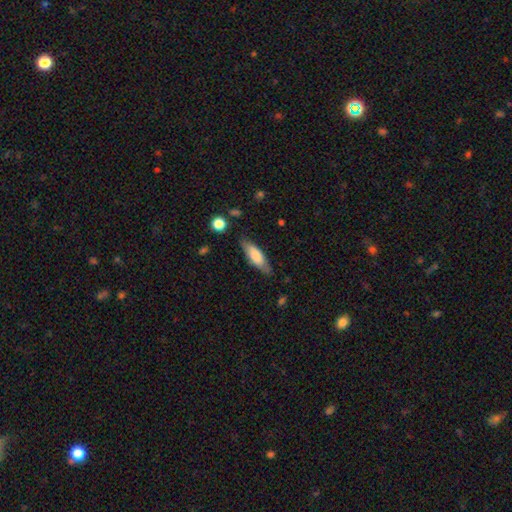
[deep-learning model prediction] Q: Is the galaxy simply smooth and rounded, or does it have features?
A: smooth — 73%.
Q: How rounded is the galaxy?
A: in between — 58%.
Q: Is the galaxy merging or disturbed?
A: none — 77%.